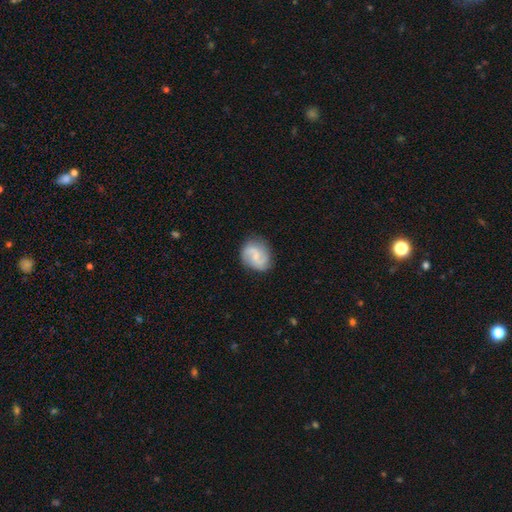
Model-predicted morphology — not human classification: smooth_or_featured: featured or disk (p=0.72) [alt: smooth p=0.23]
disk_edge_on: no (p=0.98) [alt: yes p=0.02]
bar: weak (p=0.47) [alt: no p=0.45]
has_spiral_arms: yes (p=0.95) [alt: no p=0.05]
spiral_winding: medium (p=0.45) [alt: loose p=0.38]
spiral_arm_count: 2 (p=0.80) [alt: can't tell p=0.07]
bulge_size: small (p=0.63) [alt: moderate p=0.27]
merging: none (p=0.80) [alt: minor disturbance p=0.15]